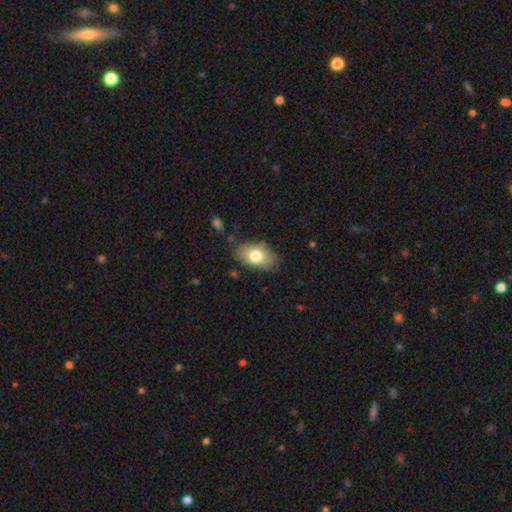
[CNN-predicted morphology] The model was most divided on "smooth or featured": smooth: 76%, featured or disk: 17%, star or artifact: 7%. More confident: how rounded — in between (89%); merging — none (77%).